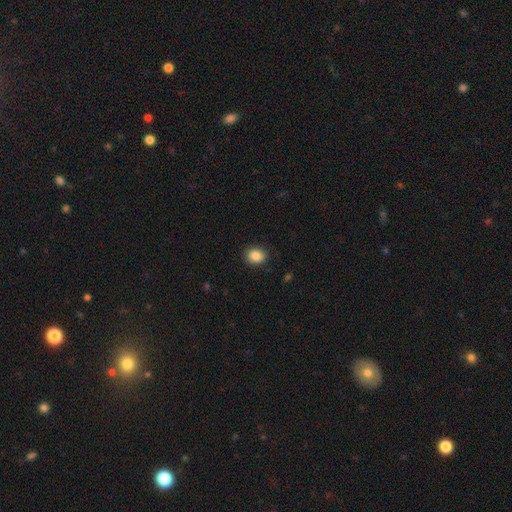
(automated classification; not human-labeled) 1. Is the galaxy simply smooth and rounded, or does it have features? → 87% smooth, 9% star or artifact, 4% featured or disk.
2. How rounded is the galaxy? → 50% in between, 49% round, 1% cigar-shaped.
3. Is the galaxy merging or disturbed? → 88% none, 9% minor disturbance, 2% major disturbance, 1% merger.